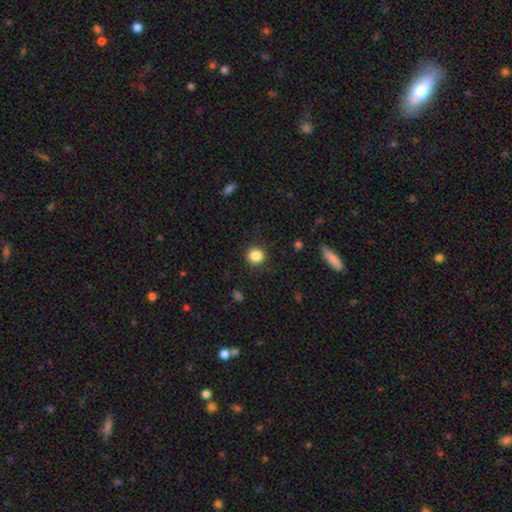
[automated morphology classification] type=smooth (86%); roundness=round (89%); merging=none (89%).